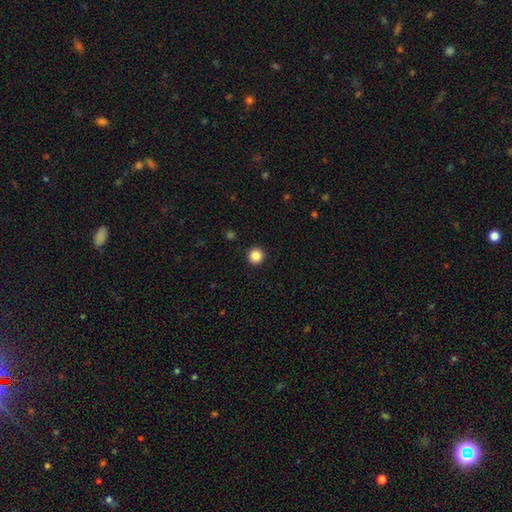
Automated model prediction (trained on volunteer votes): This is clearly a smooth galaxy (86%). How rounded: clearly round (96%). Merging: clearly none (94%).